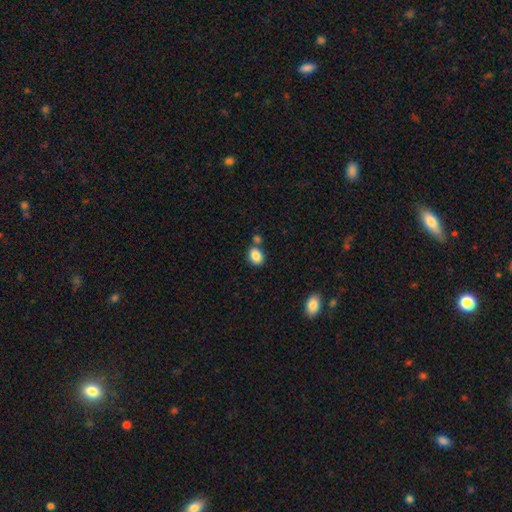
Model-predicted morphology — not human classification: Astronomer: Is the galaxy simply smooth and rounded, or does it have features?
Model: smooth — 85%.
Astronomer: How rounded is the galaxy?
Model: in between — 71%.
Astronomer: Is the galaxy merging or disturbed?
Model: none — 66%.